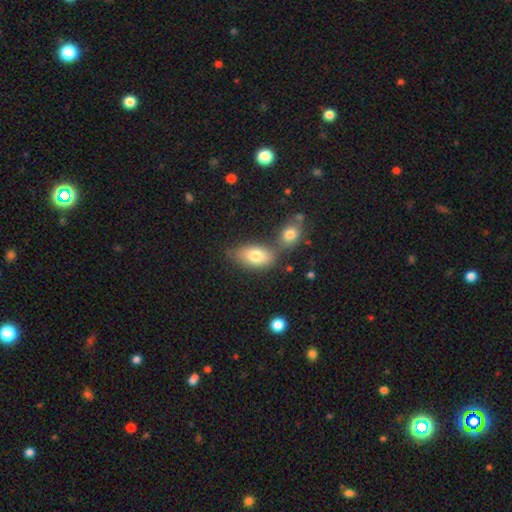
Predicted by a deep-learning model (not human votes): smooth-or-featured: smooth: 79% | featured or disk: 13% | star or artifact: 8%
  how-rounded: in between: 90% | round: 7% | cigar-shaped: 3%
  merging: none: 52% | merger: 31% | minor disturbance: 13% | major disturbance: 4%